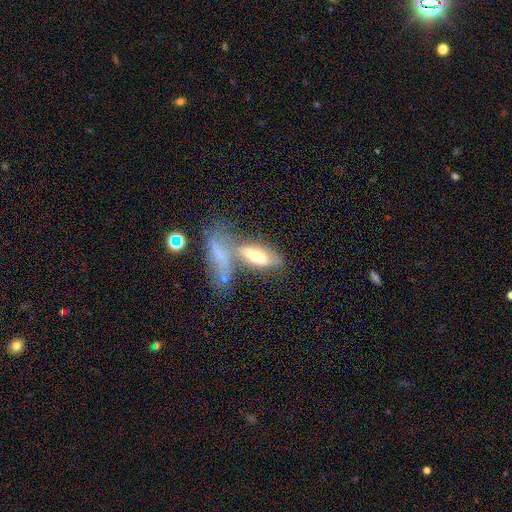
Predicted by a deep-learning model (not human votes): A smooth galaxy with no disk features (53%) that is in between round and cigar-shaped (57%).

Vote fractions:
- Smooth or featured? smooth: 53% / featured or disk: 38% / star or artifact: 9%
- How rounded? in between: 57% / cigar-shaped: 40% / round: 3%
- Merging? merger: 51% / none: 27% / minor disturbance: 12% / major disturbance: 11%